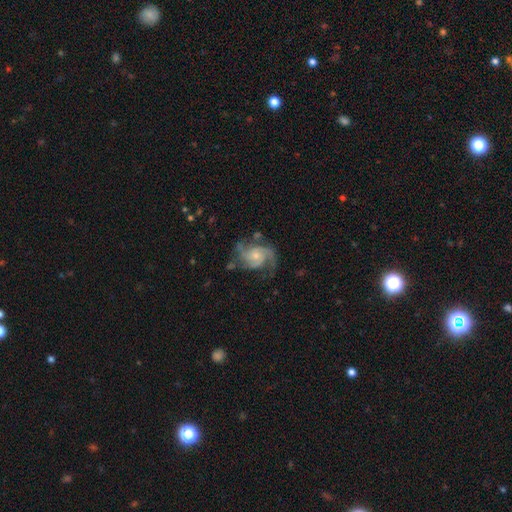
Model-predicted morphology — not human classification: smooth_or_featured: featured or disk (p=0.87) [alt: smooth p=0.08]
disk_edge_on: no (p=0.98) [alt: yes p=0.02]
bar: no (p=0.70) [alt: weak p=0.25]
has_spiral_arms: yes (p=0.96) [alt: no p=0.04]
spiral_winding: medium (p=0.52) [alt: loose p=0.24]
spiral_arm_count: 3 (p=0.41) [alt: 2 p=0.34]
bulge_size: small (p=0.64) [alt: moderate p=0.28]
merging: none (p=0.61) [alt: minor disturbance p=0.21]